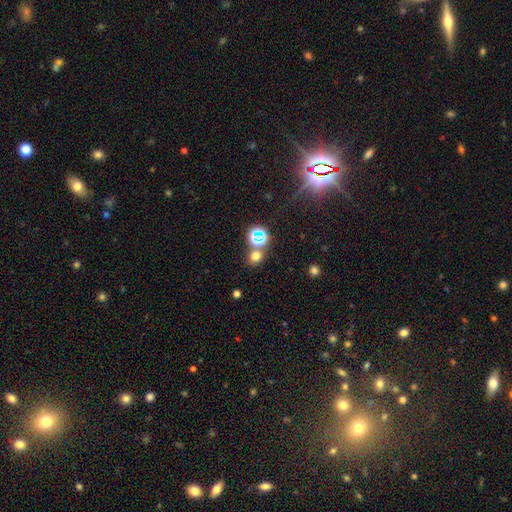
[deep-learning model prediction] This is likely a smooth galaxy (64%). How rounded: likely round (72%). Merging: likely none (73%).